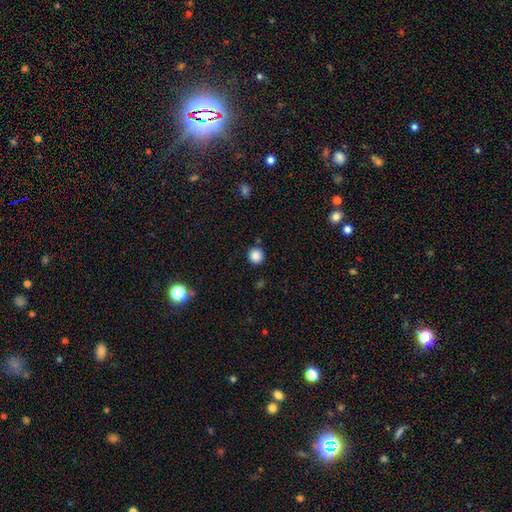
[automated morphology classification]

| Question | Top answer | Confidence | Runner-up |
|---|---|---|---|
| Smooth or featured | smooth | 85% | star or artifact (11%) |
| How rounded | round | 93% | in between (6%) |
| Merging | none | 88% | minor disturbance (7%) |